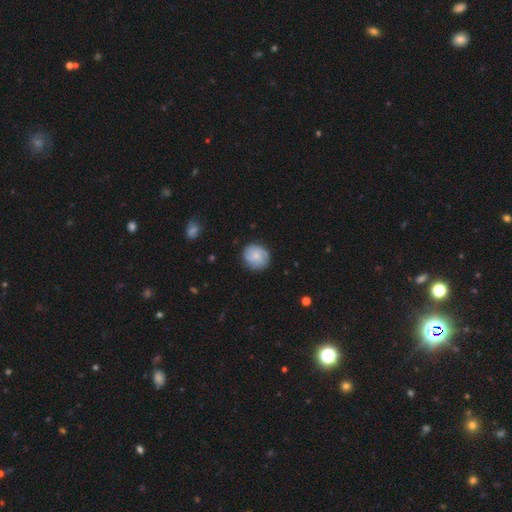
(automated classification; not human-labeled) Smooth or featured? Predicted: featured or disk (p=0.47). Merging? Predicted: none (p=0.82).